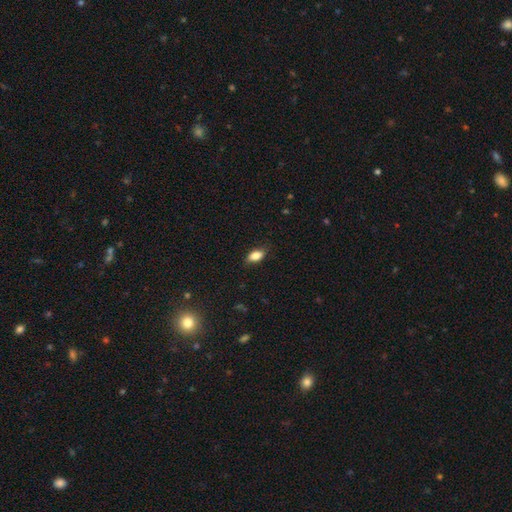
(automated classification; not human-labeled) Morphology: type=smooth (83%); roundness=in between (87%); merging=none (81%).